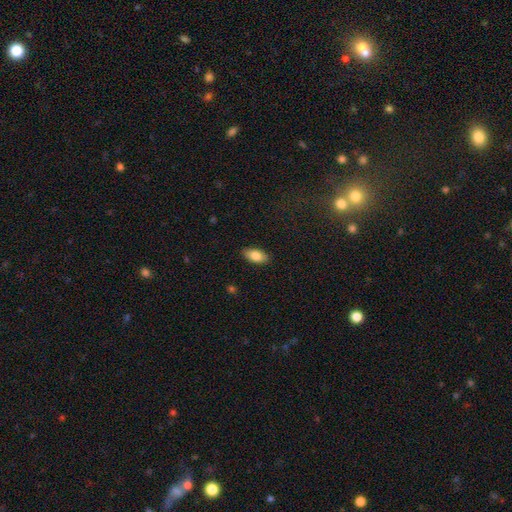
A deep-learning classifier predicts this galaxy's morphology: smooth 83%, featured or disk 10%, star or artifact 7%. Down the decision tree: how rounded — in between (91%); merging — none (89%).